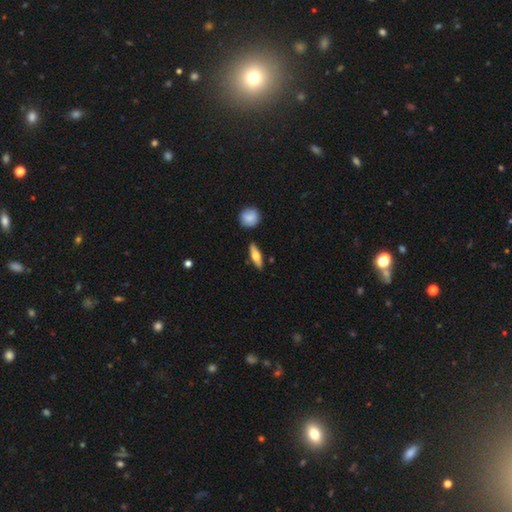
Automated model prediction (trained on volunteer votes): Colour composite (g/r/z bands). It shows a smooth galaxy with no disk features (51%) that is cigar-shaped (54%). Merging: none (86%).